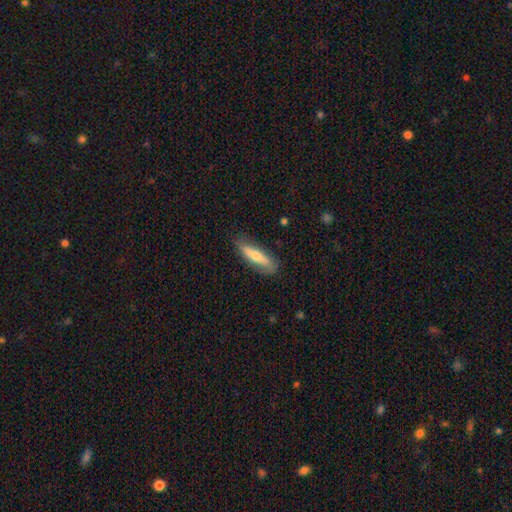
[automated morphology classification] Smooth or featured: smooth — 58% (featured or disk — 36%)
How rounded: cigar-shaped — 68% (in between — 30%)
Merging: none — 80% (minor disturbance — 15%)